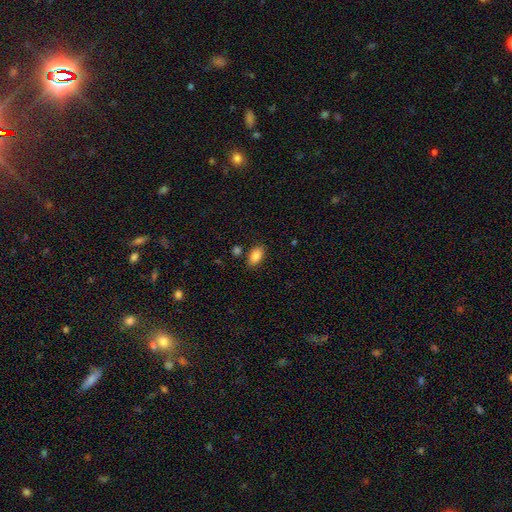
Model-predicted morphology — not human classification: type=smooth (85%); roundness=in between (91%); merging=none (82%).